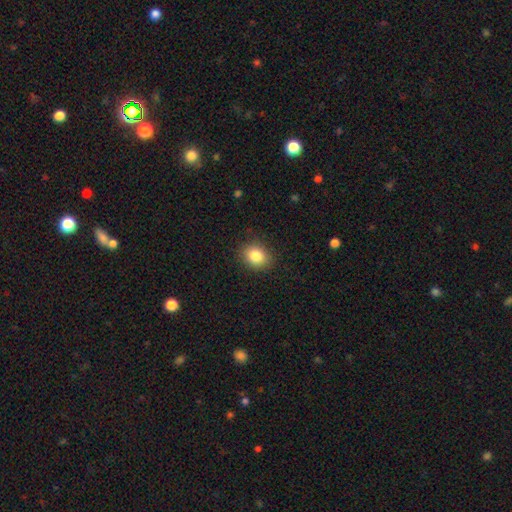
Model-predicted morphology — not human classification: Q: Smooth or featured?
A: smooth (84%); runner-up: star or artifact (10%)
Q: How rounded?
A: round (56%); runner-up: in between (43%)
Q: Merging?
A: none (87%); runner-up: minor disturbance (9%)